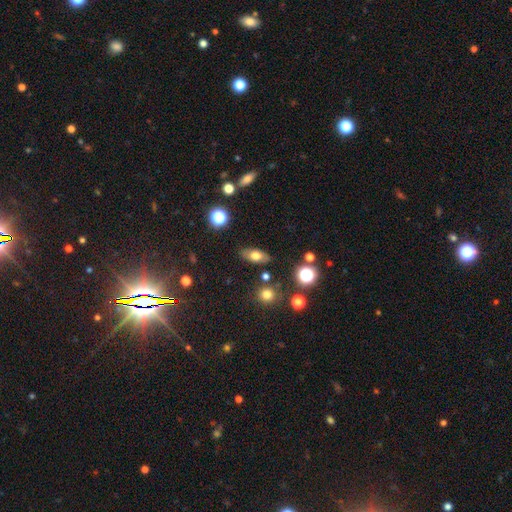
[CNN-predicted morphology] smooth-or-featured: smooth: 68% | featured or disk: 21% | star or artifact: 10%
  how-rounded: in between: 83% | cigar-shaped: 9% | round: 8%
  merging: none: 82% | minor disturbance: 12% | merger: 3% | major disturbance: 3%